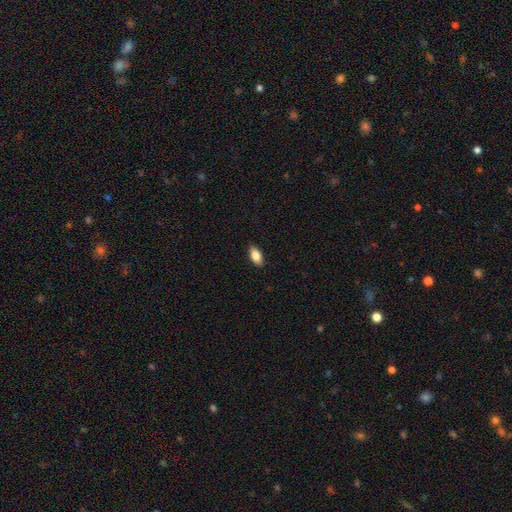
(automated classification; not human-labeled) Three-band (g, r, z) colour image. It shows a smooth galaxy with no disk features (85%) that is in between round and cigar-shaped (90%). Merging: none (87%).